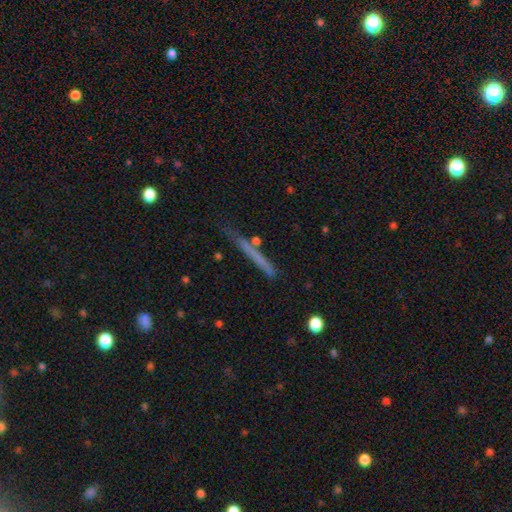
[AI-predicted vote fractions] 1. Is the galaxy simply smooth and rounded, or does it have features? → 52% smooth, 39% featured or disk, 9% star or artifact.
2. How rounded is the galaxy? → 95% cigar-shaped, 3% in between, 3% round.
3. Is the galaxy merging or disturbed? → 78% none, 15% minor disturbance, 4% major disturbance, 3% merger.